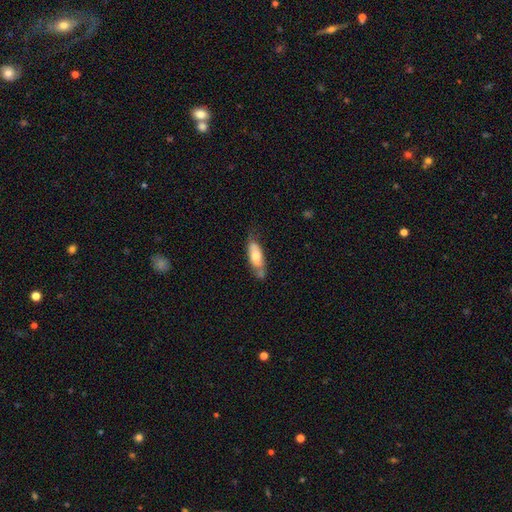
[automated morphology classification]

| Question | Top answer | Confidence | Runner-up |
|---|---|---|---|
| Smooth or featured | smooth | 62% | featured or disk (32%) |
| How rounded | in between | 68% | cigar-shaped (30%) |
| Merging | none | 55% | minor disturbance (29%) |